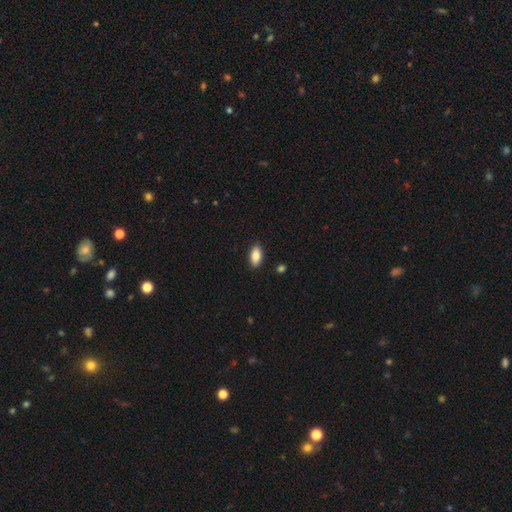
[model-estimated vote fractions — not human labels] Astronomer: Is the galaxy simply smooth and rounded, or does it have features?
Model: smooth — 86%.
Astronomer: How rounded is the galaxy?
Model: in between — 91%.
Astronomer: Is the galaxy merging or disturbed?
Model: none — 89%.